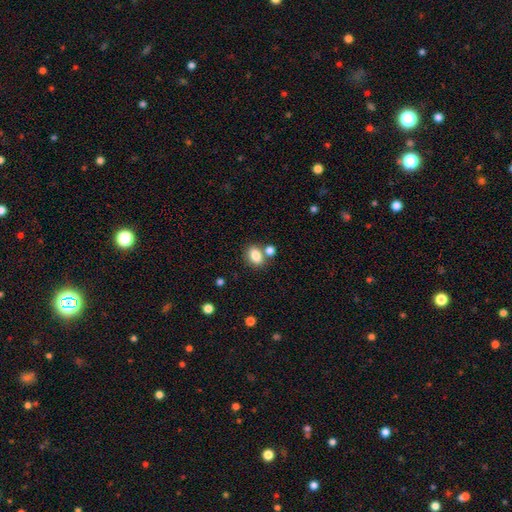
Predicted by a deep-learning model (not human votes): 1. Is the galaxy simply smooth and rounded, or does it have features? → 83% smooth, 10% star or artifact, 8% featured or disk.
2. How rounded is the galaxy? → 69% in between, 29% round, 1% cigar-shaped.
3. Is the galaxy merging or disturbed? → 61% none, 24% merger, 12% minor disturbance, 4% major disturbance.